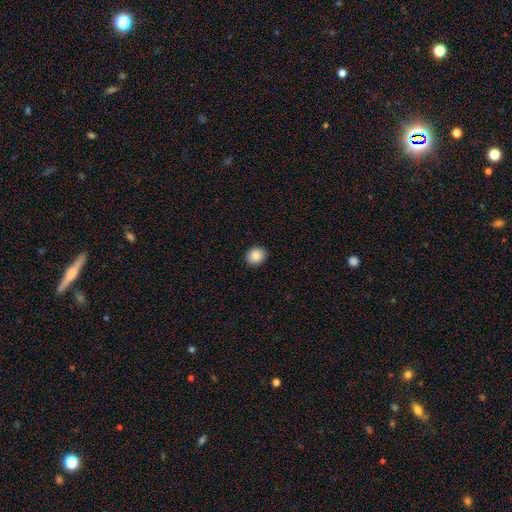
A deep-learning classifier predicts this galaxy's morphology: smooth 86%, star or artifact 9%, featured or disk 5%. Down the decision tree: how rounded — round (71%); merging — none (92%).